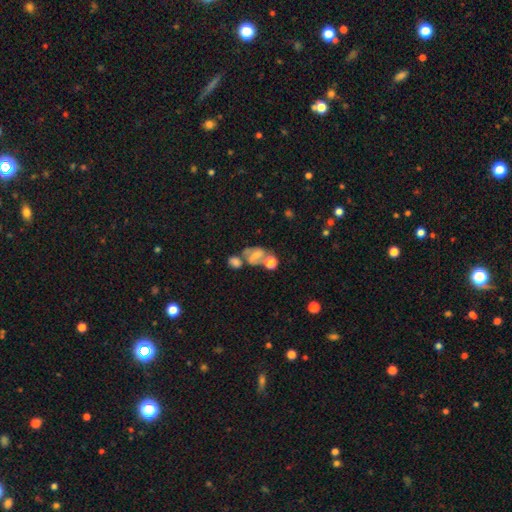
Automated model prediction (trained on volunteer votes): Smooth or featured?
  - smooth: 47% *
  - featured or disk: 39%
  - star or artifact: 13%
Merging?
  - merger: 42% *
  - none: 30%
  - minor disturbance: 15%
  - major disturbance: 12%